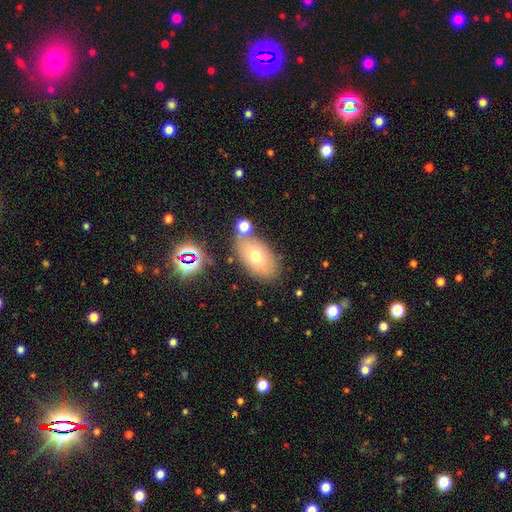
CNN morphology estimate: A smooth galaxy with no disk features (67%) that is in between round and cigar-shaped (90%).

Vote fractions:
- Smooth or featured? smooth: 67% / featured or disk: 21% / star or artifact: 12%
- How rounded? in between: 90% / round: 8% / cigar-shaped: 2%
- Merging? none: 69% / minor disturbance: 15% / merger: 11% / major disturbance: 5%